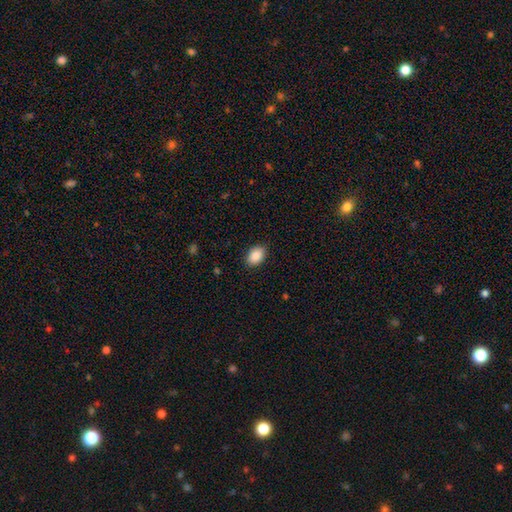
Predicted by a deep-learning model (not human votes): smooth 90%, star or artifact 7%, featured or disk 3%. Down the decision tree: how rounded — in between (86%); merging — none (88%).